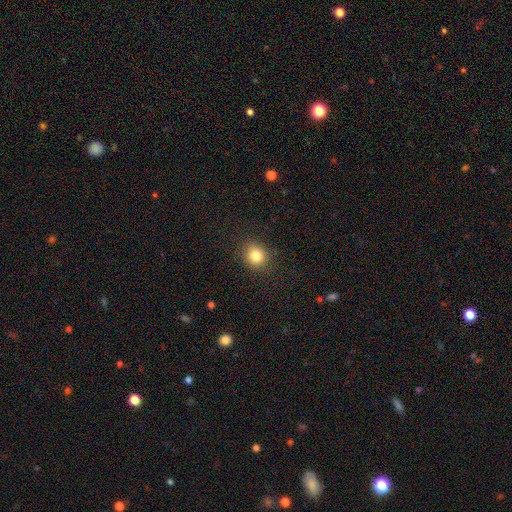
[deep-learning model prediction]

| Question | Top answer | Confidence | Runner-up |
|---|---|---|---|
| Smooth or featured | smooth | 82% | star or artifact (11%) |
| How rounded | round | 80% | in between (19%) |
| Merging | none | 87% | minor disturbance (9%) |